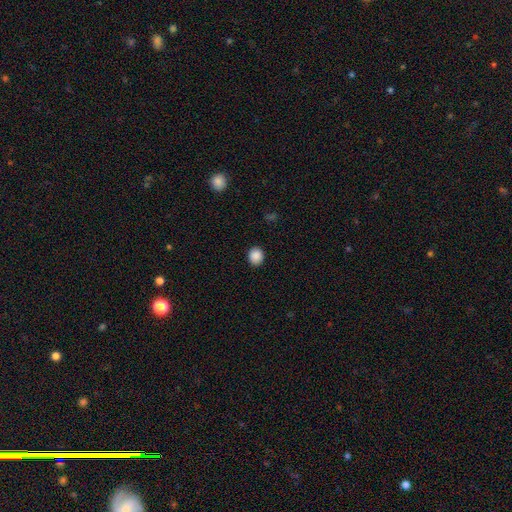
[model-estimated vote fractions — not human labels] Smooth or featured: smooth — 89% (star or artifact — 9%)
How rounded: round — 71% (in between — 28%)
Merging: none — 91% (minor disturbance — 6%)